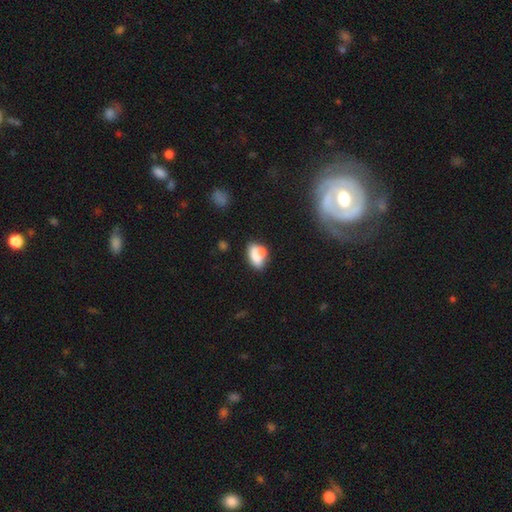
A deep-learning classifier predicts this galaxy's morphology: Smooth or featured? Predicted: smooth (p=0.74). How rounded? Predicted: in between (p=0.87). Merging? Predicted: none (p=0.45).